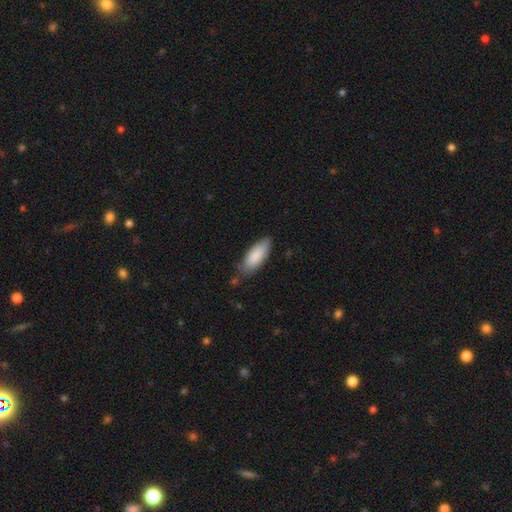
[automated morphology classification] type=smooth (87%); roundness=in between (75%); merging=none (74%).